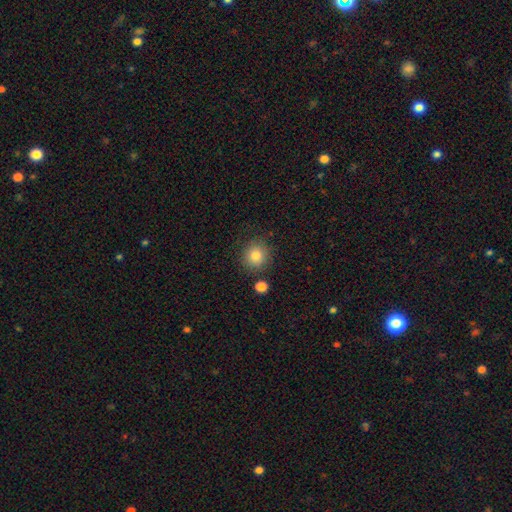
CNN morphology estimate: This appears to be a smooth galaxy with no disk features (83%) that is round (89%). Merging: none (83%).